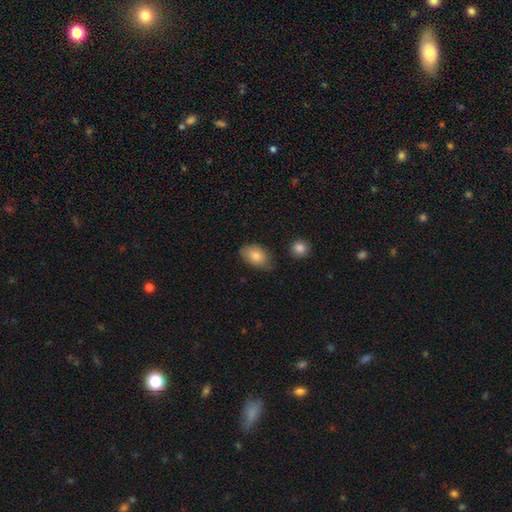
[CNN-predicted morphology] The model was most divided on "merging": none: 67%, minor disturbance: 25%, major disturbance: 5%, merger: 3%. More confident: how rounded — in between (88%); smooth or featured — smooth (84%).